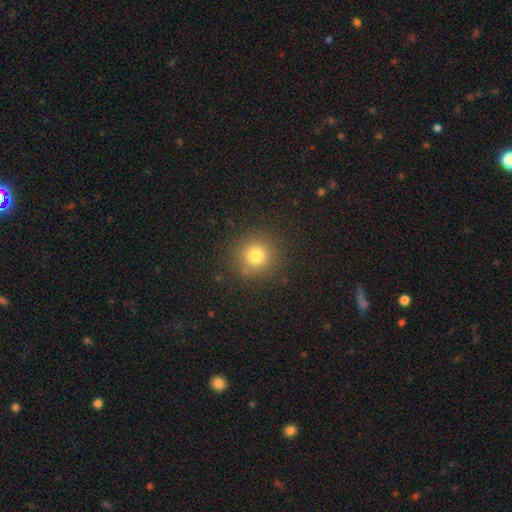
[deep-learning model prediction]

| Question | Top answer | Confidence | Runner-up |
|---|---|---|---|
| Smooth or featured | smooth | 78% | star or artifact (15%) |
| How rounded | round | 93% | in between (6%) |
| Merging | none | 87% | minor disturbance (8%) |